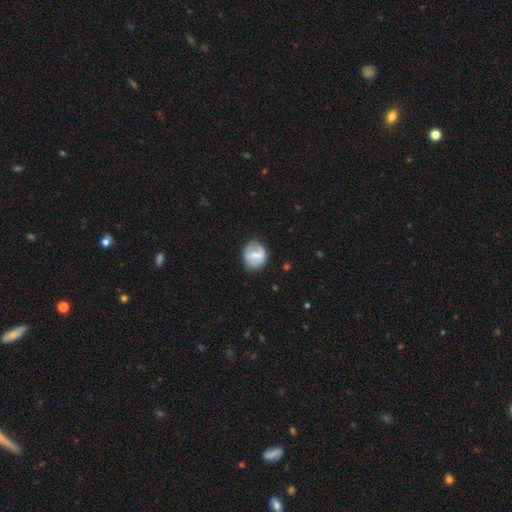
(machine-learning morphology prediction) Smooth or featured: featured or disk — 51% (smooth — 43%)
Edge-on disk: no — 96% (yes — 4%)
Merging: none — 72% (minor disturbance — 18%)